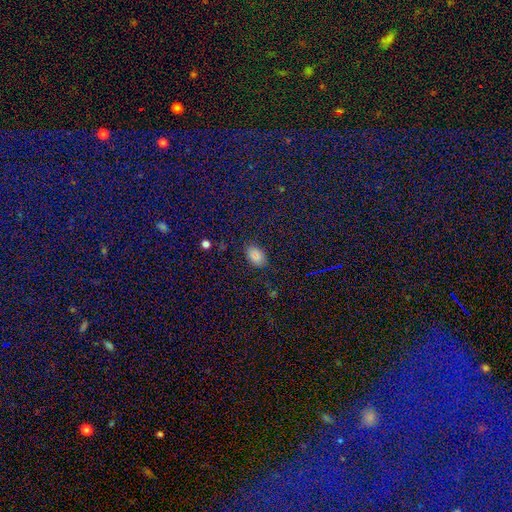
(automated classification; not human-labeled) smooth_or_featured: smooth (p=0.77) [alt: star or artifact p=0.14]
how_rounded: in between (p=0.84) [alt: round p=0.15]
merging: none (p=0.85) [alt: minor disturbance p=0.11]